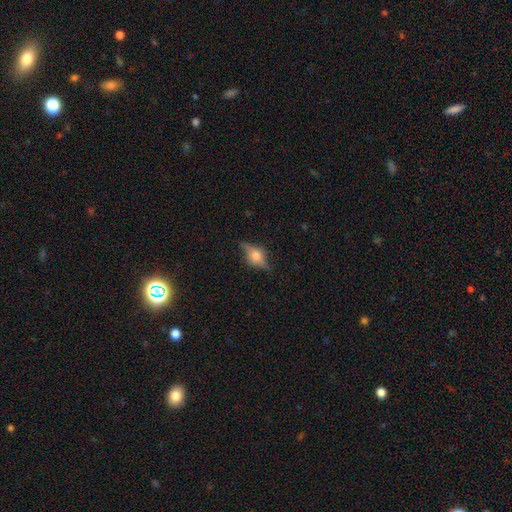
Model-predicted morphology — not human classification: Smooth or featured?
  - featured or disk: 67% *
  - smooth: 24%
  - star or artifact: 9%
Edge-on disk?
  - yes: 90% *
  - no: 10%
Edge-on bulge?
  - rounded: 91% *
  - boxy: 8%
  - none: 1%
Merging?
  - none: 77% *
  - minor disturbance: 16%
  - major disturbance: 5%
  - merger: 1%